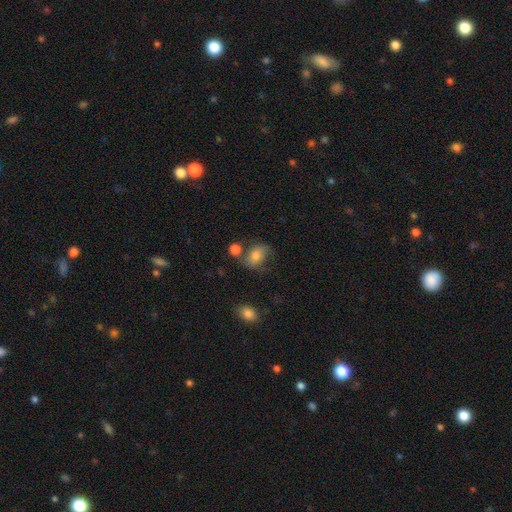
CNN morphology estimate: A smooth galaxy with no disk features (72%) that is in between round and cigar-shaped (74%).

Vote fractions:
- Smooth or featured? smooth: 72% / featured or disk: 19% / star or artifact: 9%
- How rounded? in between: 74% / round: 24% / cigar-shaped: 2%
- Merging? none: 53% / minor disturbance: 21% / merger: 16% / major disturbance: 10%